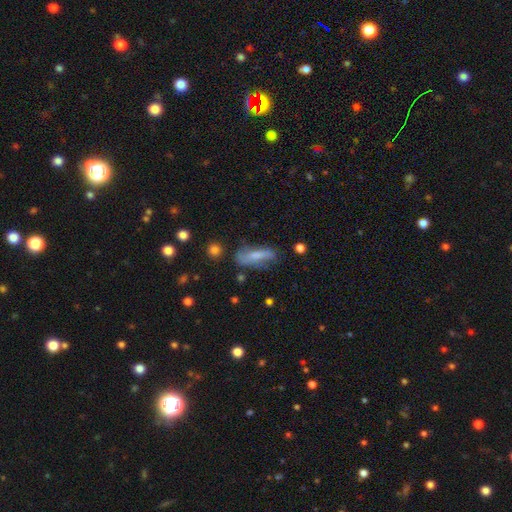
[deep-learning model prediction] smooth-or-featured: smooth: 61% | featured or disk: 31% | star or artifact: 8%
  how-rounded: cigar-shaped: 51% | in between: 46% | round: 3%
  merging: none: 61% | minor disturbance: 26% | major disturbance: 9% | merger: 4%